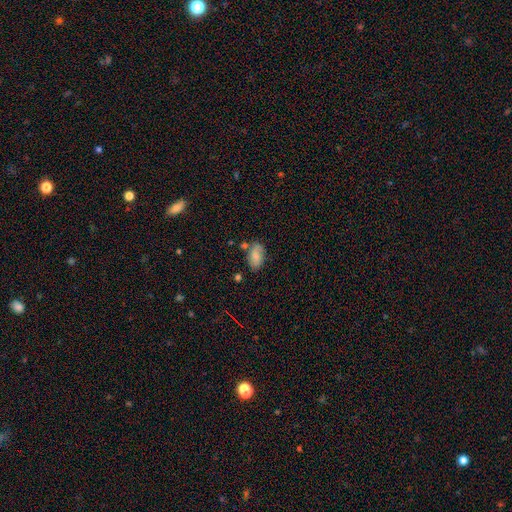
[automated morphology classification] type=smooth (77%); roundness=in between (91%); merging=none (63%).